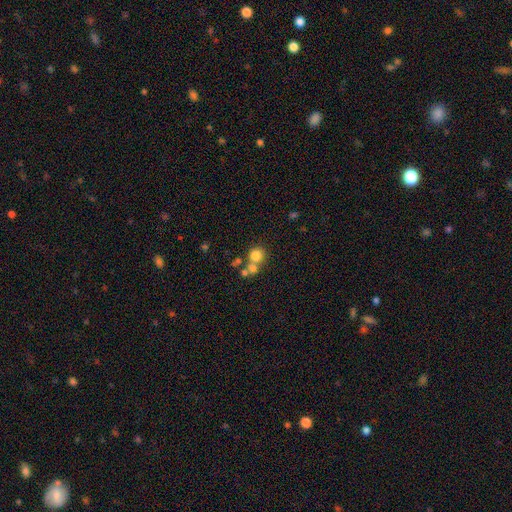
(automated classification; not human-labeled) Smooth or featured?
  - smooth: 75% *
  - star or artifact: 13%
  - featured or disk: 12%
How rounded?
  - round: 87% *
  - in between: 12%
  - cigar-shaped: 1%
Merging?
  - none: 49% *
  - merger: 39%
  - minor disturbance: 7%
  - major disturbance: 5%